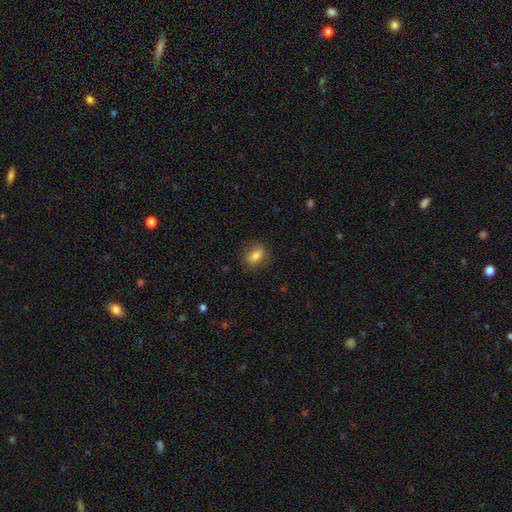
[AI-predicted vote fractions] The model was most divided on "how rounded": in between: 68%, round: 29%, cigar-shaped: 3%. More confident: merging — none (82%); smooth or featured — smooth (79%).